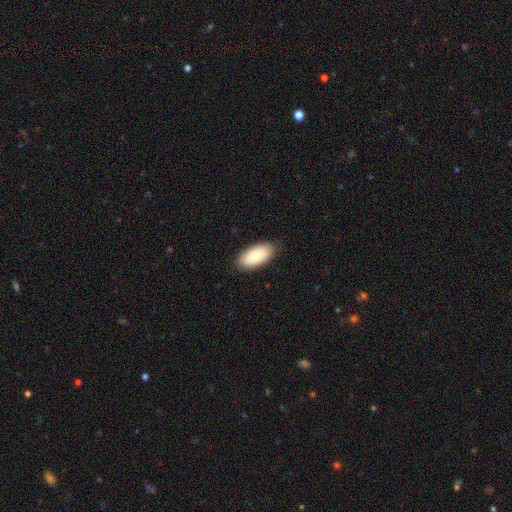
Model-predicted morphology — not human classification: Smooth or featured? smooth (83%)
How rounded? in between (94%)
Merging? none (84%)